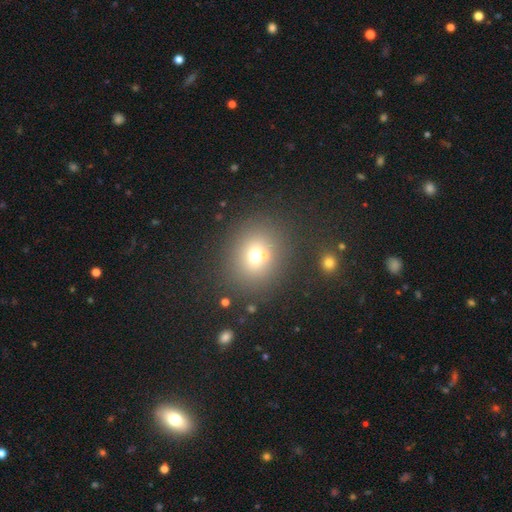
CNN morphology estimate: The model was most divided on "merging": none: 63%, merger: 23%, minor disturbance: 9%, major disturbance: 5%. More confident: how rounded — round (74%); smooth or featured — smooth (65%).